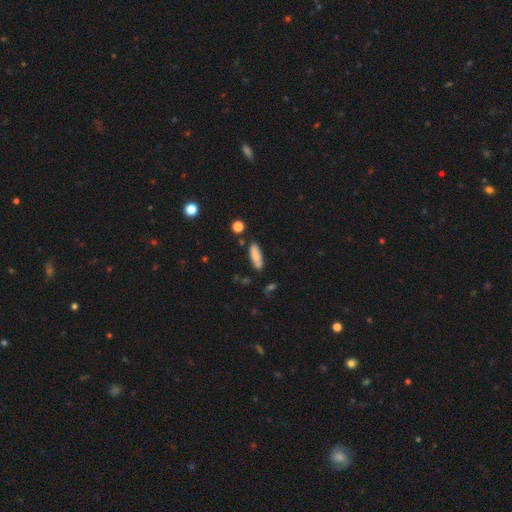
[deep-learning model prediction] Smooth or featured? Predicted: smooth (p=0.80). How rounded? Predicted: cigar-shaped (p=0.50). Merging? Predicted: none (p=0.79).